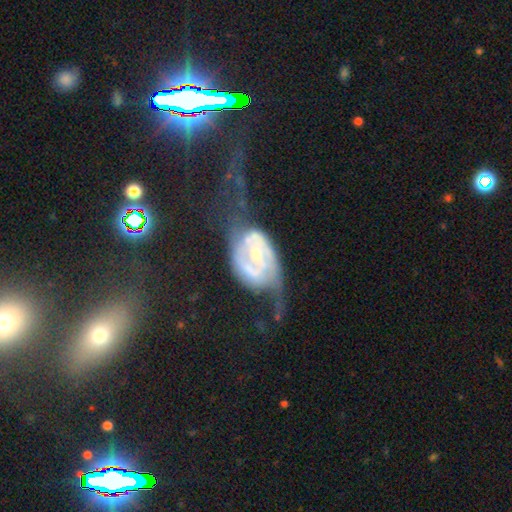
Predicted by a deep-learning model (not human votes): The model was most divided on "spiral winding": medium: 37%, loose: 35%, tight: 29%. Remaining: edge-on disk — no (95%); spiral arms — yes (84%); smooth or featured — featured or disk (82%); spiral arm count — 2 (79%); bulge size — moderate (47%); bar — weak (41%); merging — major disturbance (40%).